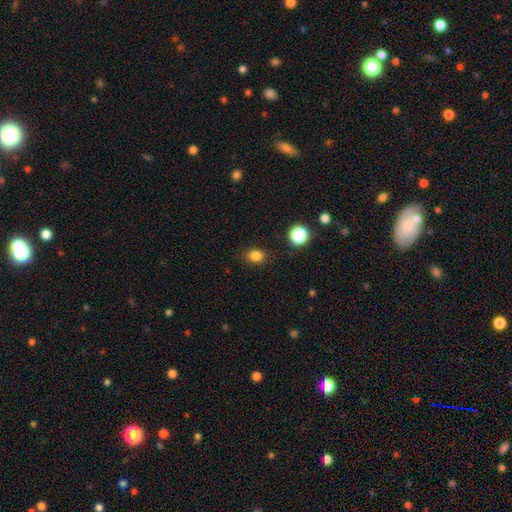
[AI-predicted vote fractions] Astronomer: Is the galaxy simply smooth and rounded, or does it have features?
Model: smooth — 82%.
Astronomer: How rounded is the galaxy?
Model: round — 56% (runner-up: in between, 43%).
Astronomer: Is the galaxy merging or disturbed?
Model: none — 85%.